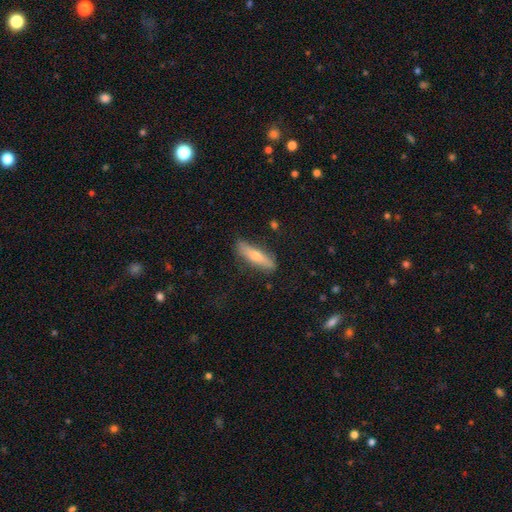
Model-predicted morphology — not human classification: Q: Smooth or featured?
A: smooth (55%); runner-up: featured or disk (38%)
Q: How rounded?
A: cigar-shaped (75%); runner-up: in between (23%)
Q: Merging?
A: none (82%); runner-up: minor disturbance (14%)